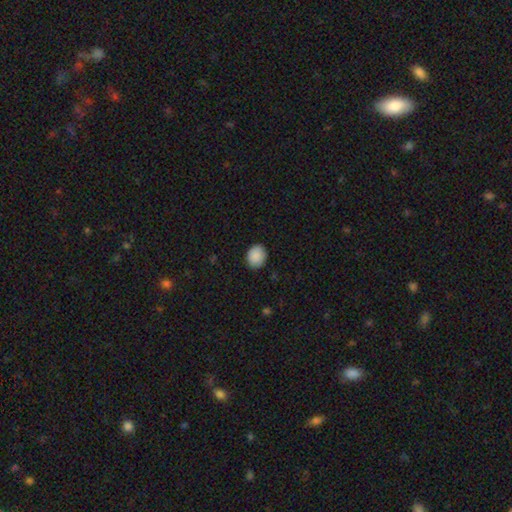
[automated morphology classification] The model was most divided on "how rounded": round: 64%, in between: 35%, cigar-shaped: 1%. More confident: smooth or featured — smooth (90%); merging — none (88%).